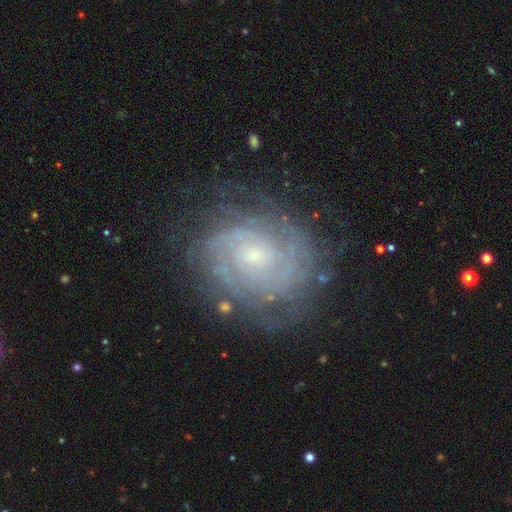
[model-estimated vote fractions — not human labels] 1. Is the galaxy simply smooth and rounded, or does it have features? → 84% featured or disk, 9% smooth, 7% star or artifact.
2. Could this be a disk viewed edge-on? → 97% no, 3% yes.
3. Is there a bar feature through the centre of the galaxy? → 69% no, 26% weak, 5% strong.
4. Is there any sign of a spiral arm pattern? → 94% yes, 6% no.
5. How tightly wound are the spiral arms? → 75% tight, 20% medium, 5% loose.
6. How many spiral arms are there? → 42% can't tell, 21% 2, 13% 3, 11% 4, 8% more than 4, 6% 1.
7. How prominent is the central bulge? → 69% small, 25% moderate, 3% none, 2% large, 1% dominant.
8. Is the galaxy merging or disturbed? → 76% none, 16% minor disturbance, 7% major disturbance, 1% merger.